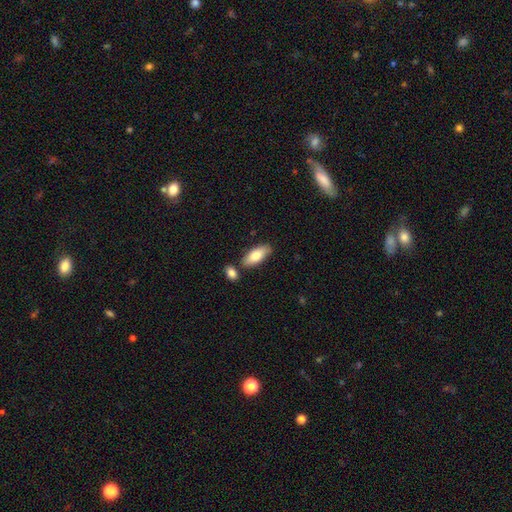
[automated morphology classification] A smooth galaxy with no disk features (80%) that is in between round and cigar-shaped (83%).

Vote fractions:
- Smooth or featured? smooth: 80% / featured or disk: 15% / star or artifact: 6%
- How rounded? in between: 83% / cigar-shaped: 14% / round: 2%
- Merging? none: 74% / minor disturbance: 12% / merger: 11% / major disturbance: 3%